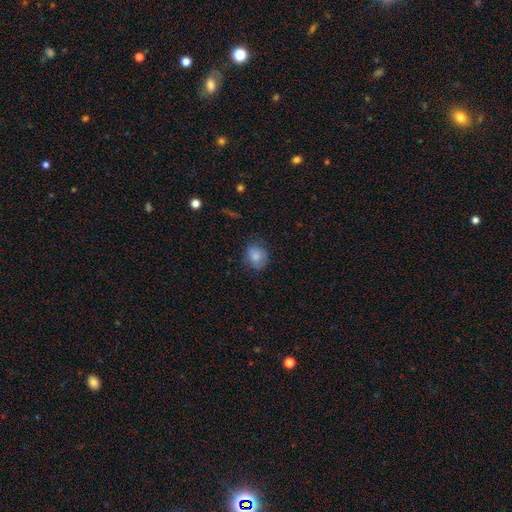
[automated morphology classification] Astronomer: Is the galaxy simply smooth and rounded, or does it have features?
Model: smooth — 83%.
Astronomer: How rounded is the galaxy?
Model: round — 65%.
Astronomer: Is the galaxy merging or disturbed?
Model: none — 72%.